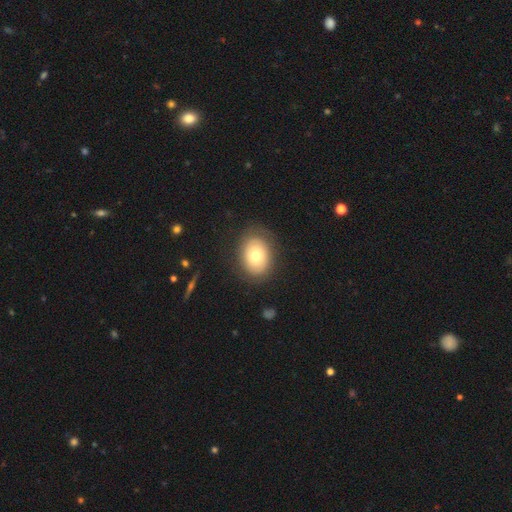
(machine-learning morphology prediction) smooth 70%, featured or disk 22%, star or artifact 8%. Down the decision tree: how rounded — in between (63%); merging — none (79%).